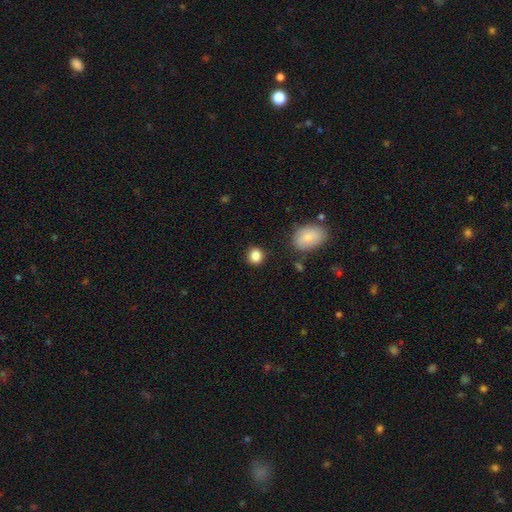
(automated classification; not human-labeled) smooth_or_featured: smooth (p=0.86) [alt: star or artifact p=0.10]
how_rounded: round (p=0.78) [alt: in between p=0.21]
merging: none (p=0.86) [alt: minor disturbance p=0.09]